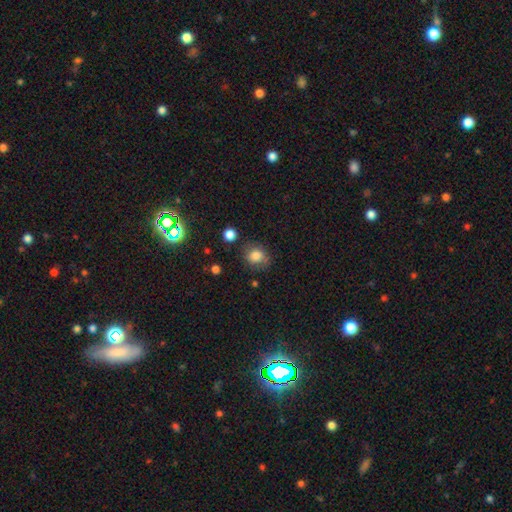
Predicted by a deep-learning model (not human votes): A smooth galaxy with no disk features (80%) that is round (70%).

Vote fractions:
- Smooth or featured? smooth: 80% / star or artifact: 11% / featured or disk: 9%
- How rounded? round: 70% / in between: 29% / cigar-shaped: 1%
- Merging? none: 69% / minor disturbance: 20% / major disturbance: 7% / merger: 3%